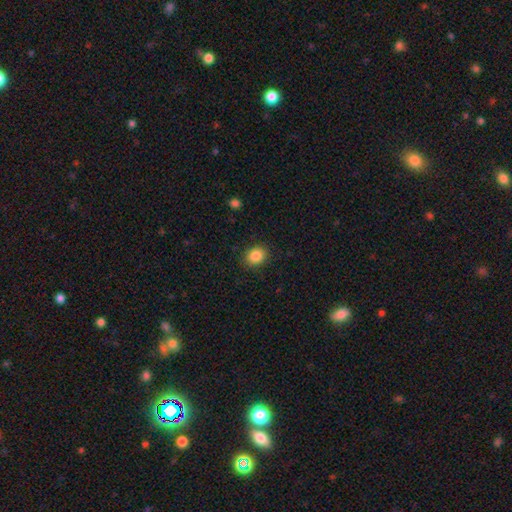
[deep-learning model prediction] A smooth galaxy with no disk features (87%) that is round (57%).

Vote fractions:
- Smooth or featured? smooth: 87% / star or artifact: 9% / featured or disk: 4%
- How rounded? round: 57% / in between: 42% / cigar-shaped: 1%
- Merging? none: 87% / minor disturbance: 9% / major disturbance: 3% / merger: 1%